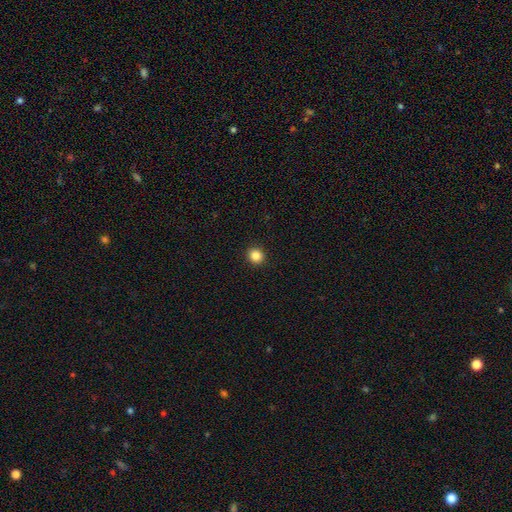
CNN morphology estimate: smooth_or_featured: smooth (p=0.85) [alt: star or artifact p=0.11]
how_rounded: round (p=0.88) [alt: in between p=0.12]
merging: none (p=0.93) [alt: minor disturbance p=0.05]